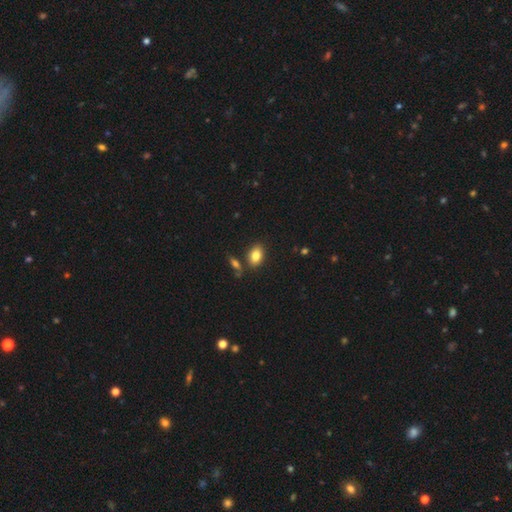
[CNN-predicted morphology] smooth_or_featured: smooth (p=0.83) [alt: featured or disk p=0.09]
how_rounded: in between (p=0.87) [alt: round p=0.11]
merging: none (p=0.77) [alt: minor disturbance p=0.11]